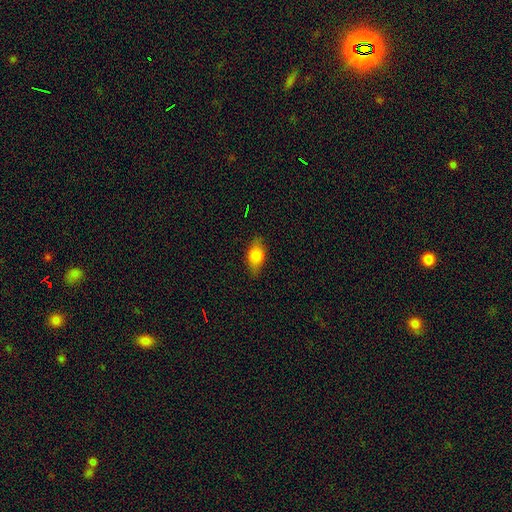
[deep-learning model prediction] The model was most divided on "smooth or featured": smooth: 77%, featured or disk: 15%, star or artifact: 8%. More confident: how rounded — in between (83%); merging — none (79%).